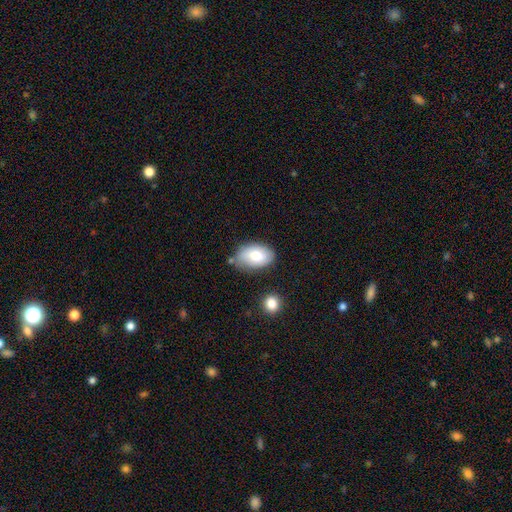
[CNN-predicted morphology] Smooth or featured: smooth — 77% (featured or disk — 16%)
How rounded: in between — 90% (round — 9%)
Merging: none — 70% (minor disturbance — 20%)